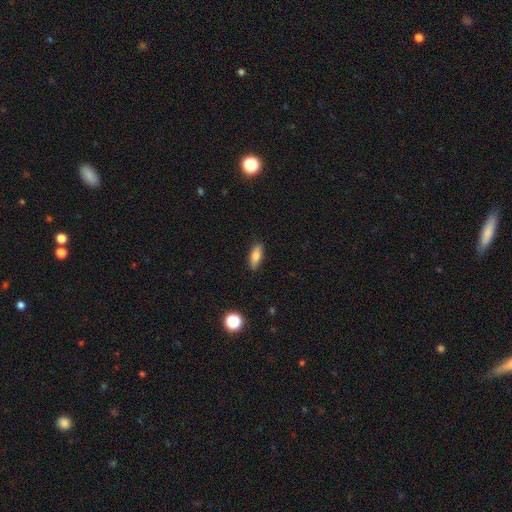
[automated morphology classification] type=smooth (77%); roundness=in between (67%); merging=none (87%).